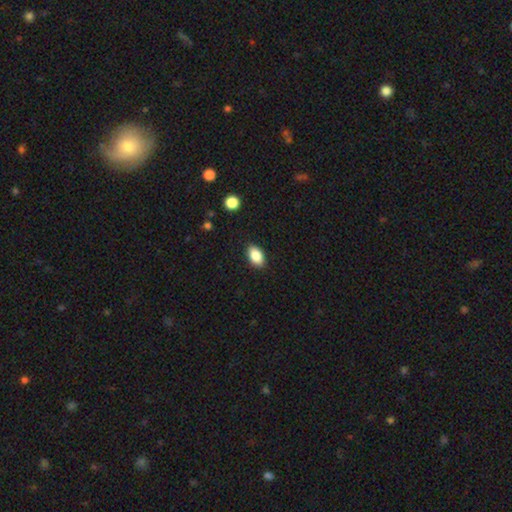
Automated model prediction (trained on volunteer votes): Q: Smooth or featured?
A: smooth (87%); runner-up: star or artifact (8%)
Q: How rounded?
A: in between (91%); runner-up: round (7%)
Q: Merging?
A: none (87%); runner-up: minor disturbance (9%)